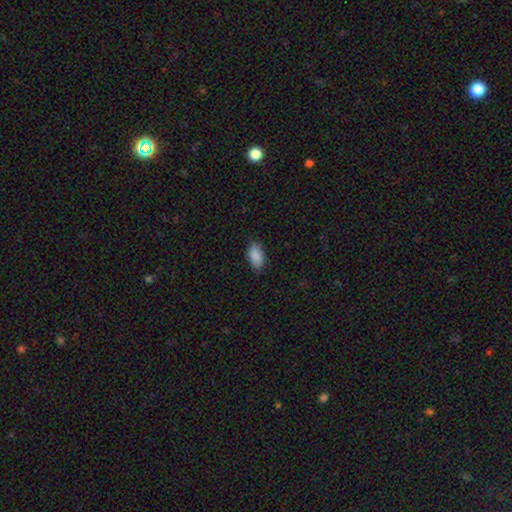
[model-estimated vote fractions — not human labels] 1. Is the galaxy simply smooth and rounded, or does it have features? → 90% smooth, 7% star or artifact, 3% featured or disk.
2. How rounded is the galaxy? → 93% in between, 3% cigar-shaped, 3% round.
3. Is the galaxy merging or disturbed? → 83% none, 13% minor disturbance, 3% major disturbance, 1% merger.